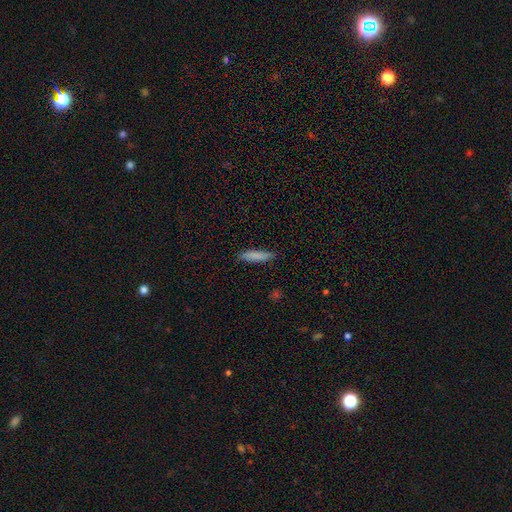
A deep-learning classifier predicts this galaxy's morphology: Q: Smooth or featured?
A: smooth (84%); runner-up: featured or disk (9%)
Q: How rounded?
A: cigar-shaped (79%); runner-up: in between (19%)
Q: Merging?
A: none (84%); runner-up: minor disturbance (12%)